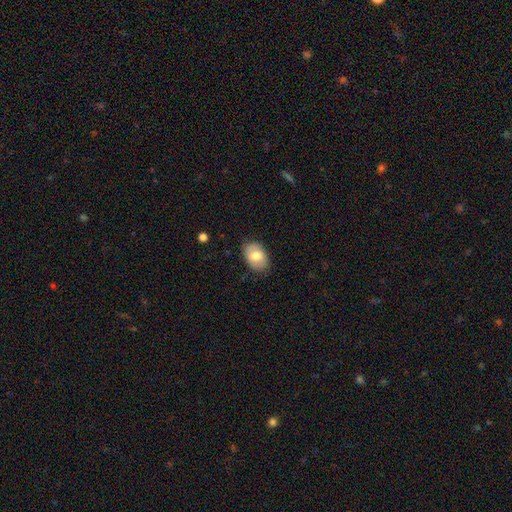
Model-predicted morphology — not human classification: Smooth or featured? smooth (74%)
How rounded? in between (83%)
Merging? none (81%)